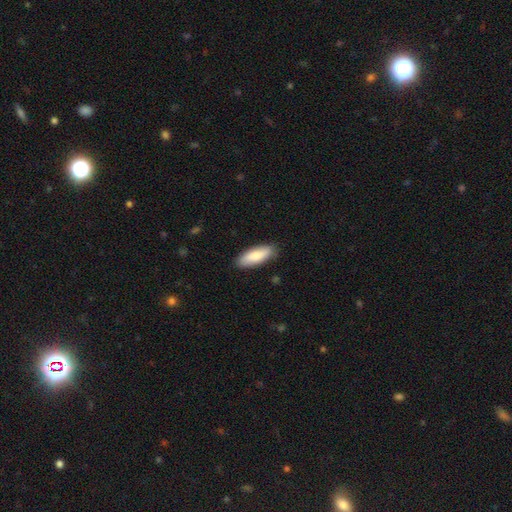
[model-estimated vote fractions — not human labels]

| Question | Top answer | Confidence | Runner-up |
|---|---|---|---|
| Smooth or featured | smooth | 82% | featured or disk (13%) |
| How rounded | in between | 66% | cigar-shaped (32%) |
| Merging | none | 87% | minor disturbance (10%) |